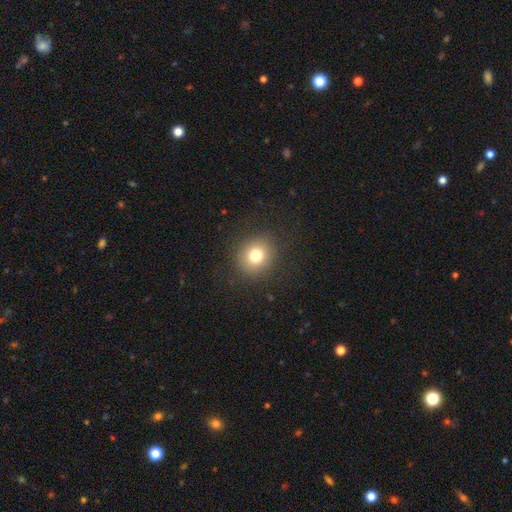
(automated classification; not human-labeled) Smooth or featured? Predicted: smooth (p=0.78). How rounded? Predicted: round (p=0.83). Merging? Predicted: none (p=0.89).